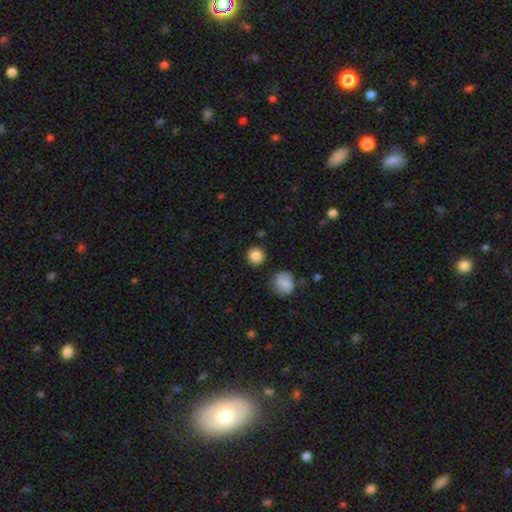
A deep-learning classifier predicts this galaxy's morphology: Smooth or featured? smooth (86%)
How rounded? round (93%)
Merging? none (86%)